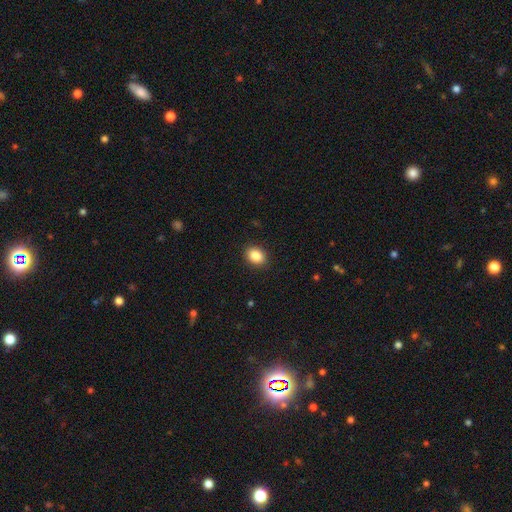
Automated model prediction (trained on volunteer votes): Morphology: type=smooth (87%); roundness=in between (65%); merging=none (90%).